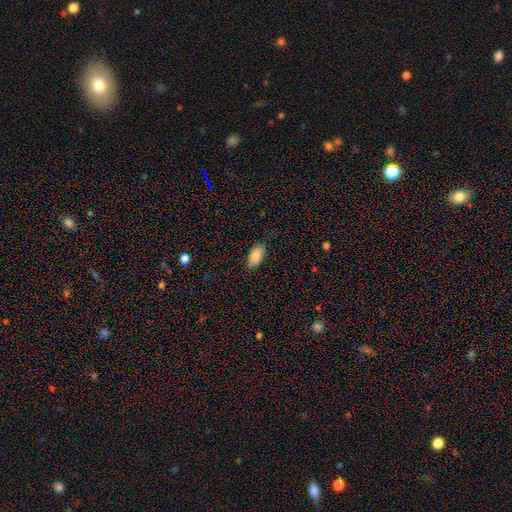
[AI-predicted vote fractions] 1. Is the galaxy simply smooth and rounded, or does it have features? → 84% smooth, 9% featured or disk, 7% star or artifact.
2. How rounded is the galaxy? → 93% in between, 4% cigar-shaped, 3% round.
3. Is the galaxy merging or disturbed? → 82% none, 15% minor disturbance, 2% major disturbance, 1% merger.